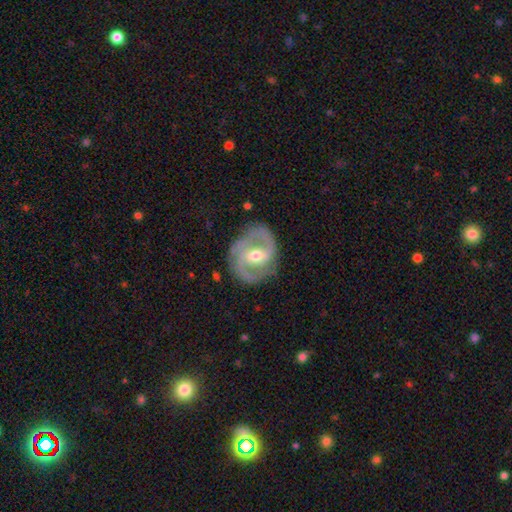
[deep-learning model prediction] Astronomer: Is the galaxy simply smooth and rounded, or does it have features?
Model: featured or disk — 88%.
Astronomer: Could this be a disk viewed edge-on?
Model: no — 97%.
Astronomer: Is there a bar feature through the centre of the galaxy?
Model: weak — 49% (runner-up: no, 27%).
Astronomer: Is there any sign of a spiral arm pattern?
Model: yes — 95%.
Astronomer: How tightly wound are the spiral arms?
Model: medium — 52% (runner-up: tight, 34%).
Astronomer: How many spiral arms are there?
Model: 2 — 78%.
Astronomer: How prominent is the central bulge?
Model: moderate — 61%.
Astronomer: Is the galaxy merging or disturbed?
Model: none — 77%.